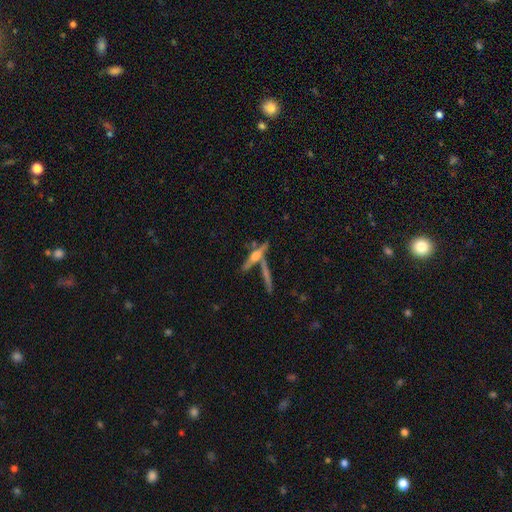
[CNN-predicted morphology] The model was most divided on "smooth or featured": featured or disk: 65%, smooth: 25%, star or artifact: 9%. More confident: edge-on disk — yes (93%); edge-on bulge — rounded (83%); merging — none (64%).